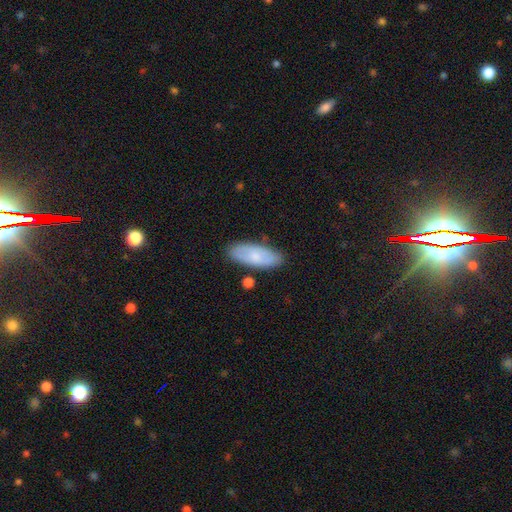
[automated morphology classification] Q: Smooth or featured?
A: smooth (70%); runner-up: featured or disk (24%)
Q: How rounded?
A: in between (81%); runner-up: cigar-shaped (17%)
Q: Merging?
A: none (81%); runner-up: minor disturbance (14%)